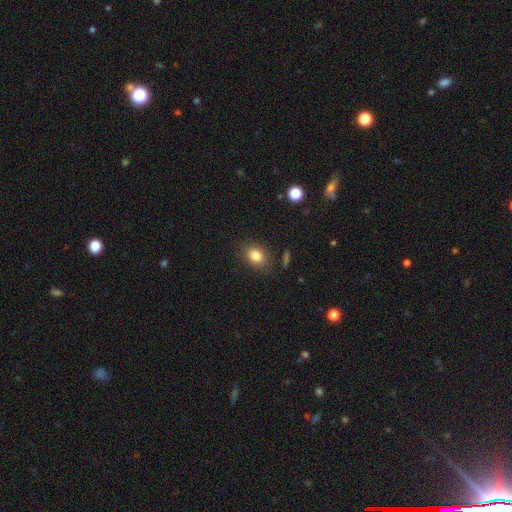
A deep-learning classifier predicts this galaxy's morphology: This is clearly a smooth galaxy (84%). How rounded: likely in between (70%). Merging: clearly none (82%).